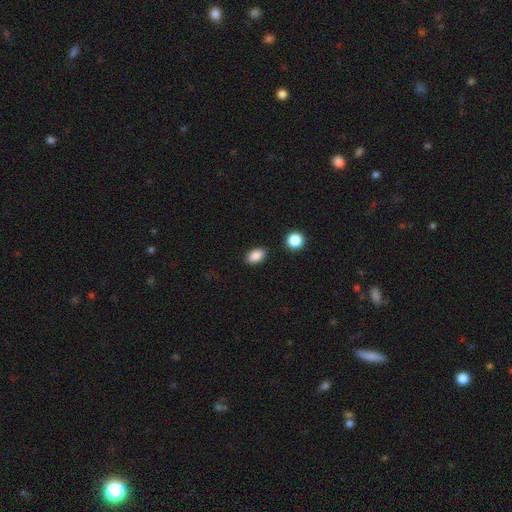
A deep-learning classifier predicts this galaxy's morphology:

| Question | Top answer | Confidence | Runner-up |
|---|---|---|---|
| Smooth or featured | smooth | 88% | star or artifact (9%) |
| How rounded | in between | 88% | round (10%) |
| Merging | none | 87% | minor disturbance (8%) |